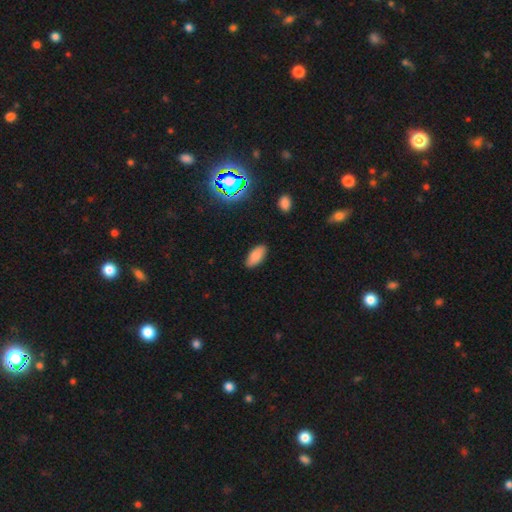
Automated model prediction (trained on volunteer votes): smooth-or-featured: smooth: 83% | star or artifact: 10% | featured or disk: 7%
  how-rounded: in between: 90% | cigar-shaped: 8% | round: 2%
  merging: none: 87% | minor disturbance: 10% | major disturbance: 2% | merger: 1%